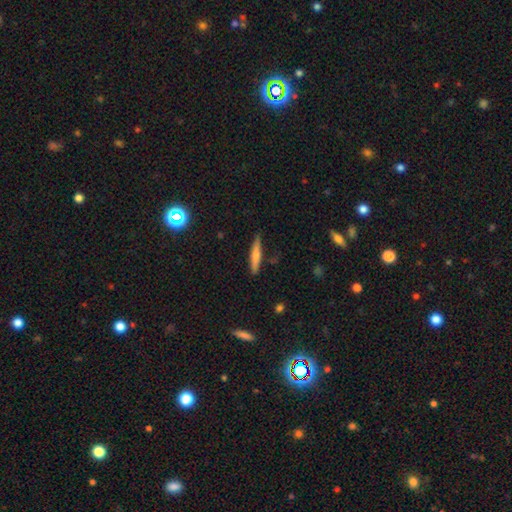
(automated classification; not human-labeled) smooth 62%, featured or disk 32%, star or artifact 7%. Down the decision tree: how rounded — cigar-shaped (90%); merging — none (83%).